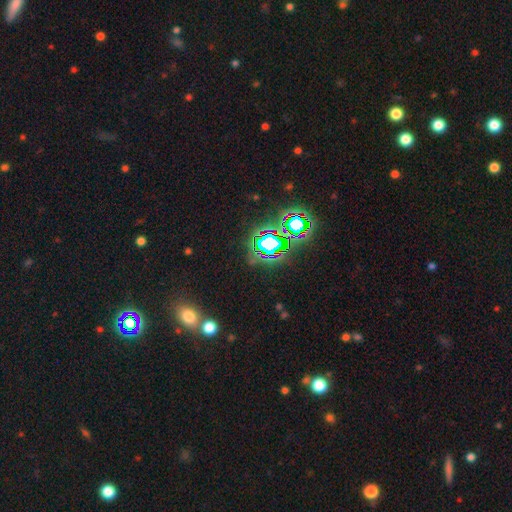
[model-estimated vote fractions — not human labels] Smooth or featured?
  - star or artifact: 70% *
  - smooth: 21%
  - featured or disk: 10%